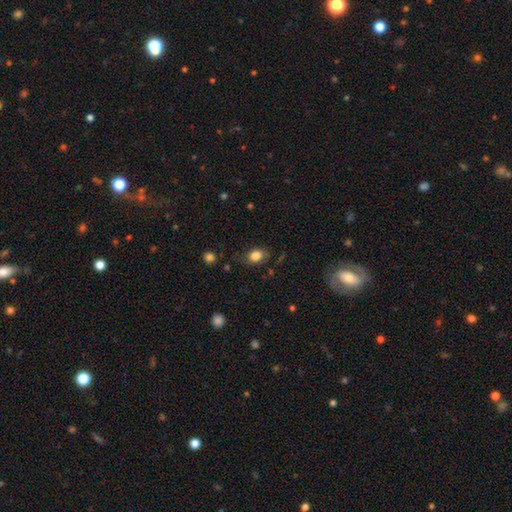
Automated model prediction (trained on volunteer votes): Smooth or featured?
  - smooth: 82% *
  - star or artifact: 9%
  - featured or disk: 9%
How rounded?
  - in between: 72% *
  - round: 27%
  - cigar-shaped: 1%
Merging?
  - none: 70% *
  - minor disturbance: 21%
  - major disturbance: 6%
  - merger: 2%